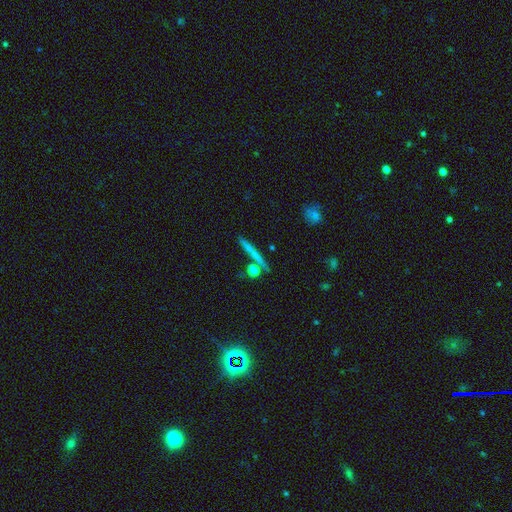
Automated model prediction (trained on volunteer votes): This is possibly a smooth galaxy (56%). How rounded: likely cigar-shaped (69%). Merging: likely none (77%).